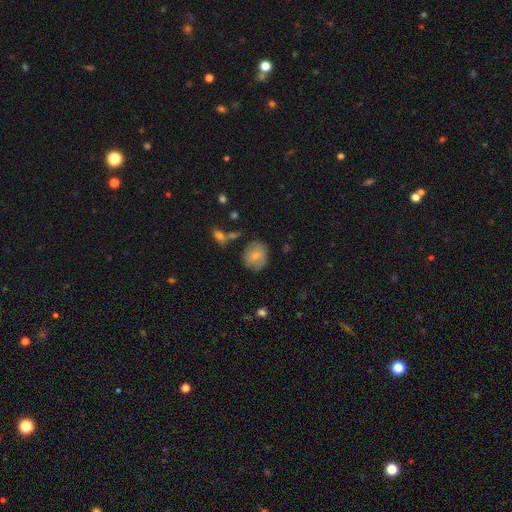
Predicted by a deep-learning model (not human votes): A smooth galaxy with no disk features (67%) that is round (74%). Merging: none (70%).